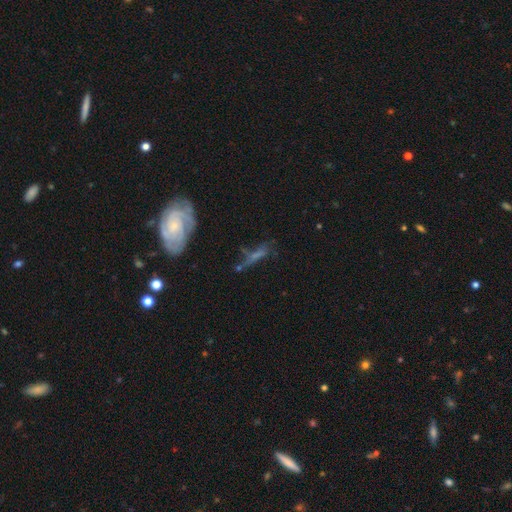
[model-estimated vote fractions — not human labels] smooth-or-featured: featured or disk: 55% | smooth: 29% | star or artifact: 16%
  disk-edge-on: no: 76% | yes: 24%
  merging: none: 58% | minor disturbance: 20% | major disturbance: 14% | merger: 8%